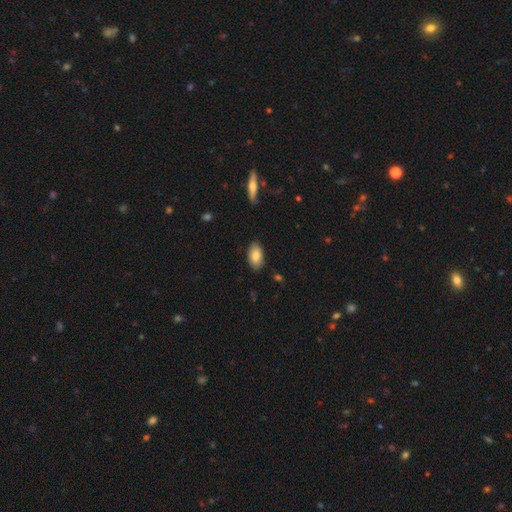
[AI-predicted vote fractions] Overall: smooth (85%). How rounded: in between (94%). Merging: none (86%).